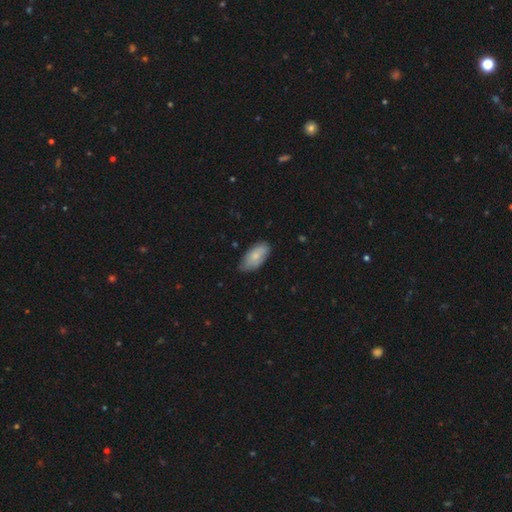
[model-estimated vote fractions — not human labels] This is likely a smooth galaxy (75%). How rounded: clearly in between (93%). Merging: likely none (69%).